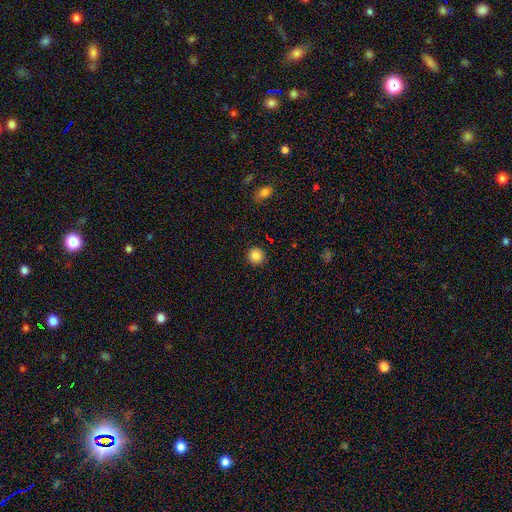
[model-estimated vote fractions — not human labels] This is clearly a smooth galaxy (84%). How rounded: clearly round (94%). Merging: clearly none (92%).